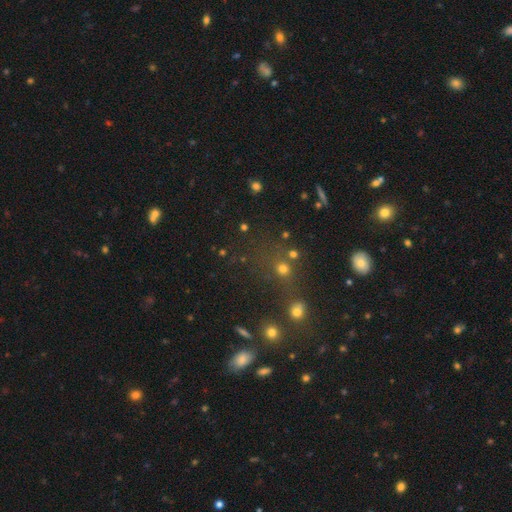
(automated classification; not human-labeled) This is possibly a star or artifact rather than a galaxy (57%).